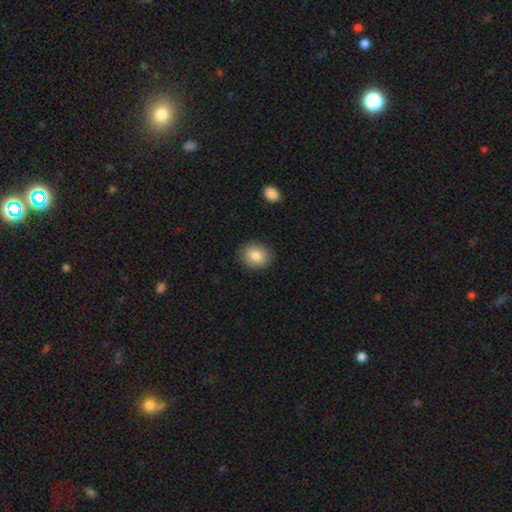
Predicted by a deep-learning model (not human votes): Smooth or featured? Predicted: smooth (p=0.83). How rounded? Predicted: round (p=0.60). Merging? Predicted: none (p=0.88).